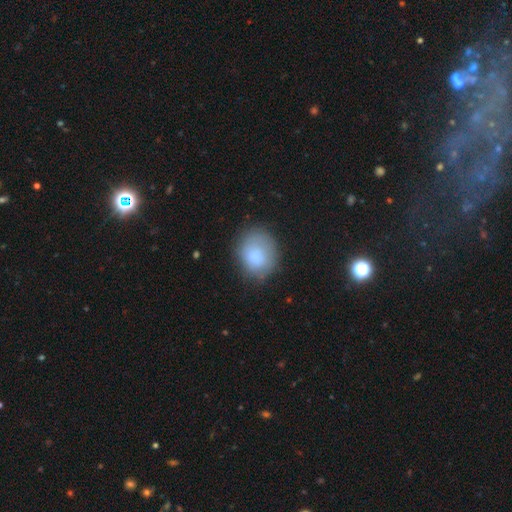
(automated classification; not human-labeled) Morphology: type=smooth (82%); roundness=round (51%); merging=none (70%).